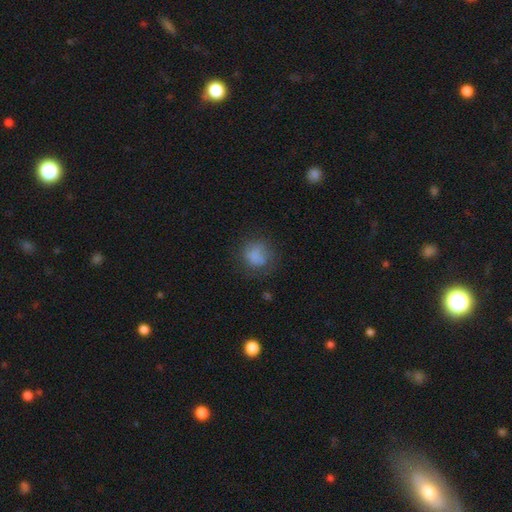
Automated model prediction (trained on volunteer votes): Morphology: type=smooth (75%); roundness=round (77%); merging=none (60%).